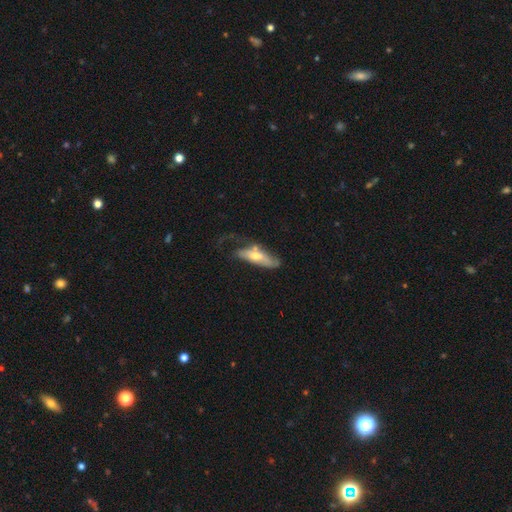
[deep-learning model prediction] Smooth or featured? smooth (50%)
Merging? major disturbance (37%)